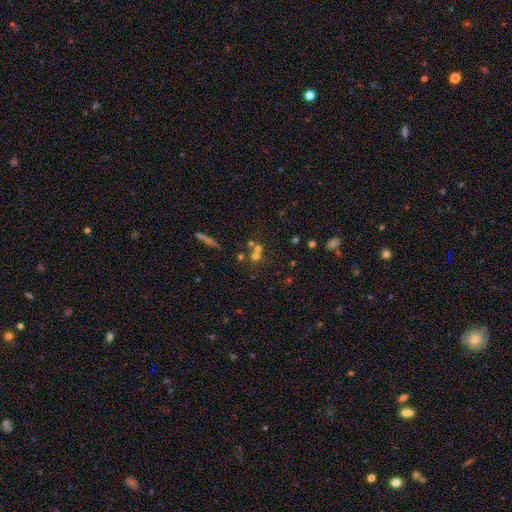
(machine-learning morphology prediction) Overall: smooth (52%; star or artifact 28%). How rounded: round (87%). Merging: none (49%; merger 39%).